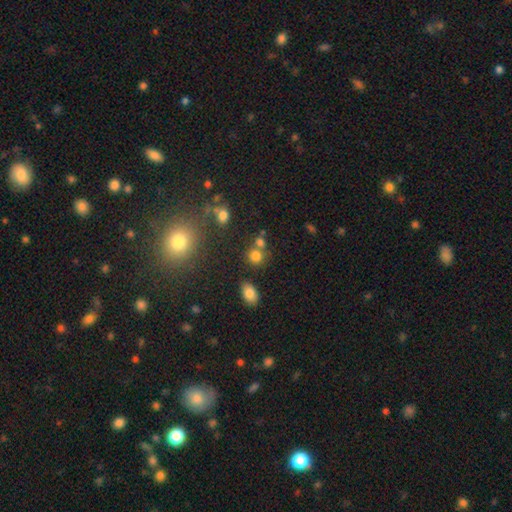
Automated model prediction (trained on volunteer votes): This appears to be a smooth galaxy with no disk features (77%) that is round (81%). Merging: none (57%).